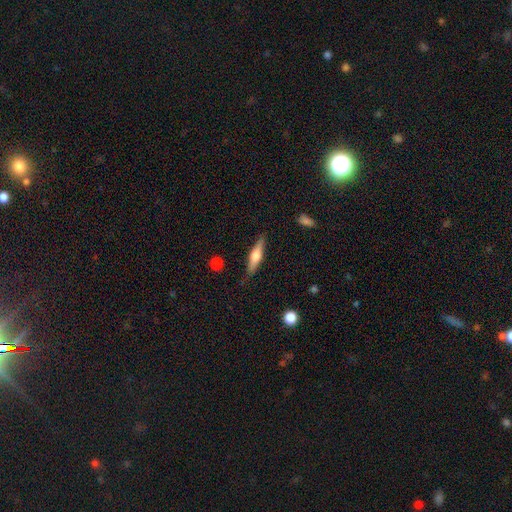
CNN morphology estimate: Overall: featured or disk (54%; smooth 40%). Edge-on disk: yes (96%). Edge-on bulge: rounded (85%). Merging: none (86%).